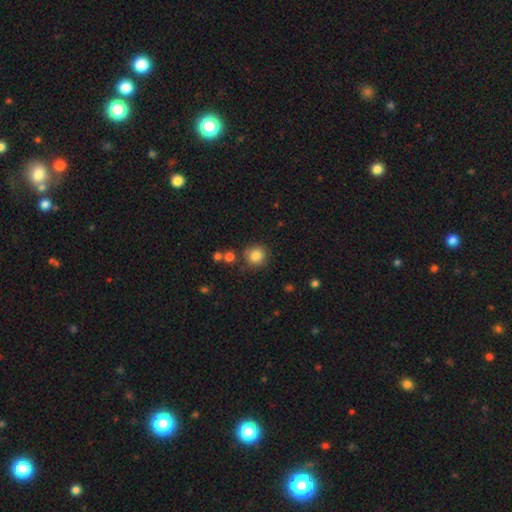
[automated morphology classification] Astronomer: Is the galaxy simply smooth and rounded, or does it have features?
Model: smooth — 84%.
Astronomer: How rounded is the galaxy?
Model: round — 92%.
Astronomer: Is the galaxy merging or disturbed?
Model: none — 83%.